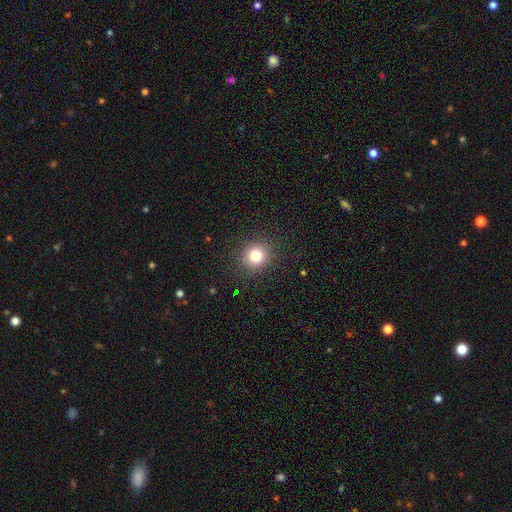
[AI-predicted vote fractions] Smooth or featured? smooth (80%)
How rounded? round (86%)
Merging? none (90%)